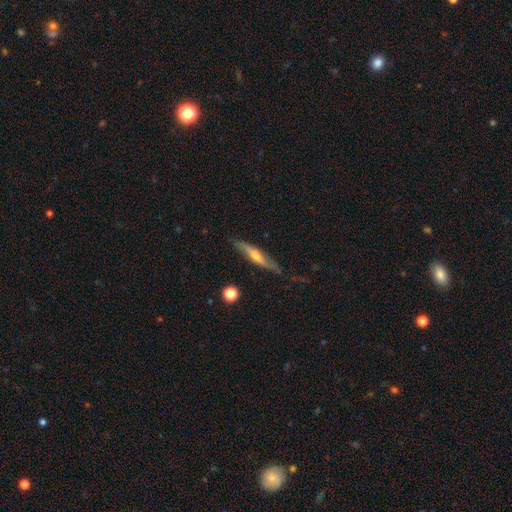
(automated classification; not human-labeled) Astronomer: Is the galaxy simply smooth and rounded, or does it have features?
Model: featured or disk — 60%.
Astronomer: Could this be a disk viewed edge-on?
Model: yes — 82%.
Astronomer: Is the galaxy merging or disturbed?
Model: none — 75%.